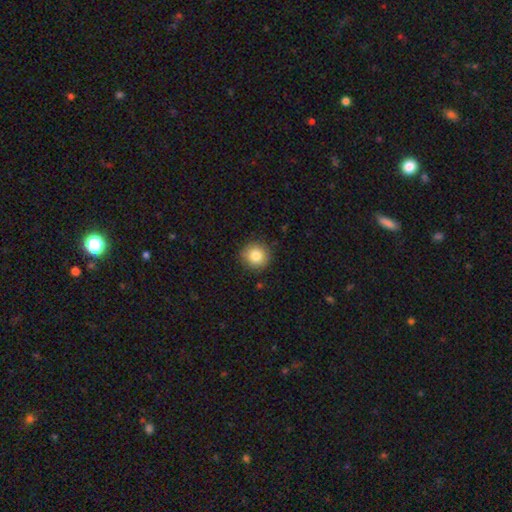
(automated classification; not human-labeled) Smooth or featured?
  - smooth: 82% *
  - star or artifact: 10%
  - featured or disk: 9%
How rounded?
  - round: 94% *
  - in between: 5%
  - cigar-shaped: 1%
Merging?
  - none: 89% *
  - minor disturbance: 7%
  - major disturbance: 2%
  - merger: 1%